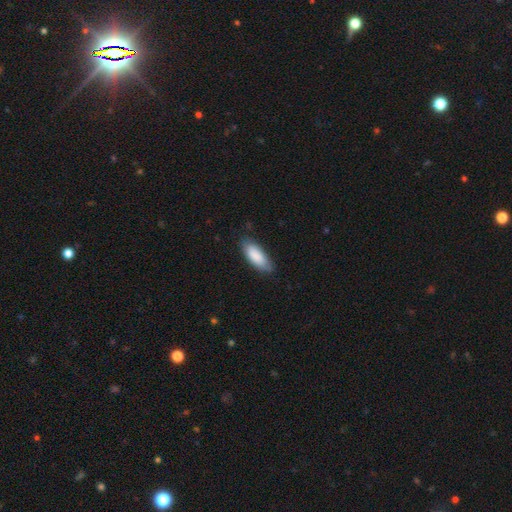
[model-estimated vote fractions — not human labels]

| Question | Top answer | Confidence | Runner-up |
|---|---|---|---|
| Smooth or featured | smooth | 86% | featured or disk (8%) |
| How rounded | in between | 78% | cigar-shaped (21%) |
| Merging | none | 75% | minor disturbance (20%) |